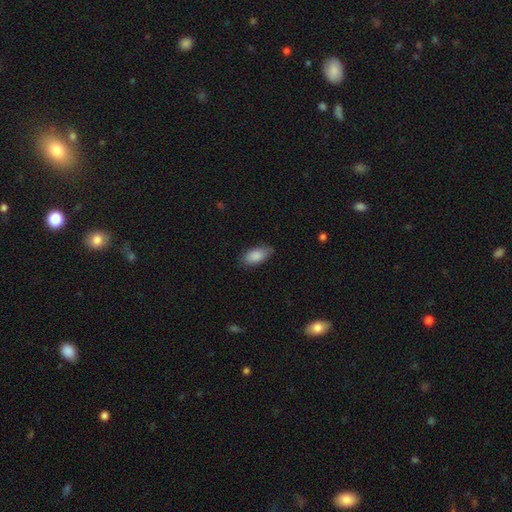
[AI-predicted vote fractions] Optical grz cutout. It shows a smooth galaxy with no disk features (87%) that is in between round and cigar-shaped (91%). Merging: none (78%).